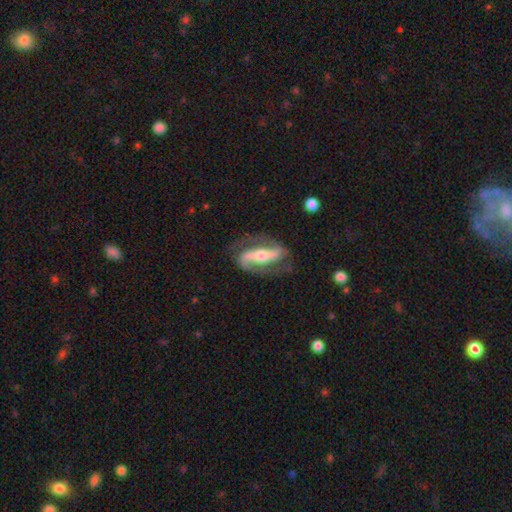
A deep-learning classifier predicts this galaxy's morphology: A featured or disk galaxy (85%) with a strong bar (60%), 2 (91%) medium (45%) spiral arms (93%) and a moderate central bulge (53%). Merging: none (77%).